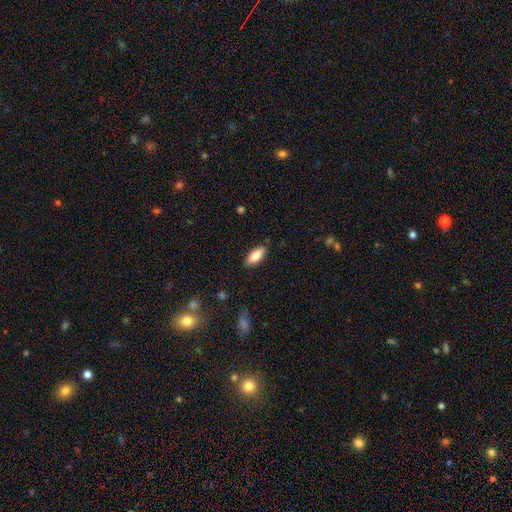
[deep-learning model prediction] smooth-or-featured: smooth: 80% | featured or disk: 14% | star or artifact: 6%
  how-rounded: in between: 80% | cigar-shaped: 18% | round: 2%
  merging: none: 85% | minor disturbance: 11% | major disturbance: 2% | merger: 1%